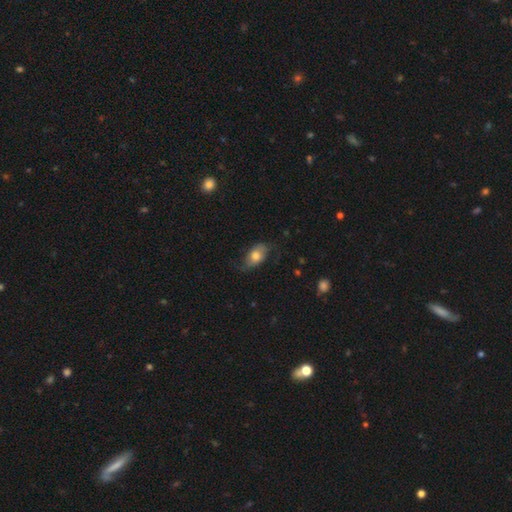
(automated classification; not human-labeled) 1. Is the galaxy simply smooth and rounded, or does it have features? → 66% smooth, 27% featured or disk, 7% star or artifact.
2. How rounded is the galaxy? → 88% in between, 9% round, 3% cigar-shaped.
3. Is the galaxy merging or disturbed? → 59% none, 28% minor disturbance, 12% major disturbance, 1% merger.